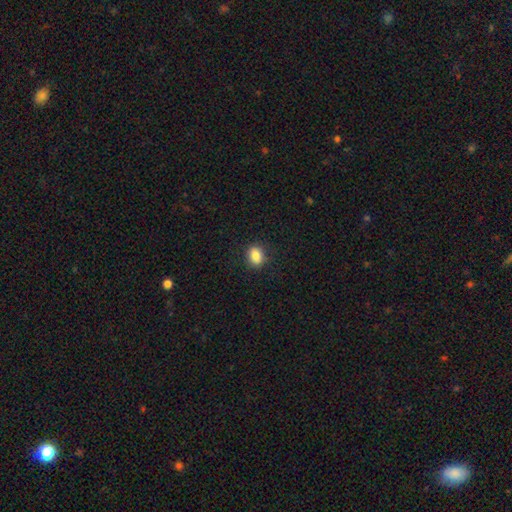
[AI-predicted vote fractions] Morphology: type=smooth (85%); roundness=in between (67%); merging=none (86%).